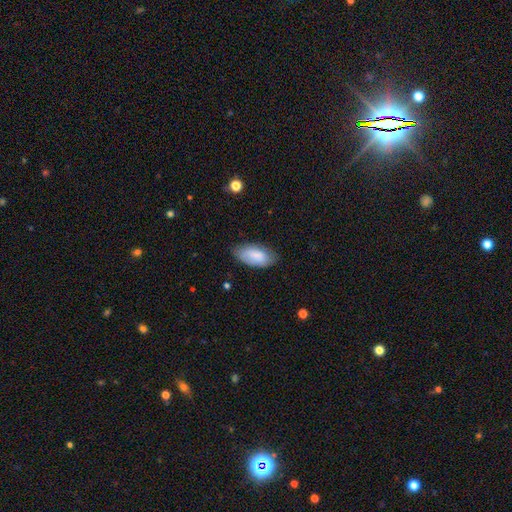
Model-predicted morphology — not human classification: type=smooth (80%); roundness=in between (93%); merging=none (75%).